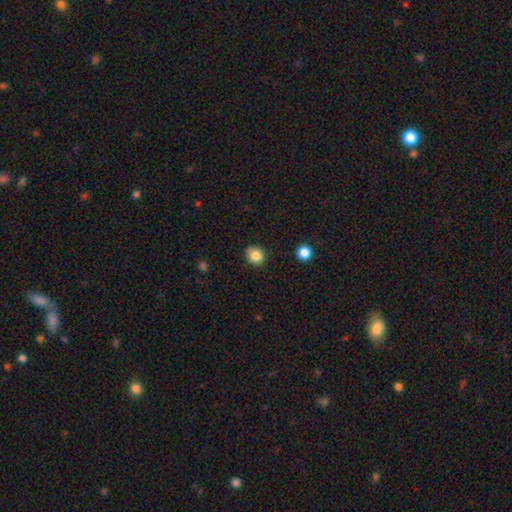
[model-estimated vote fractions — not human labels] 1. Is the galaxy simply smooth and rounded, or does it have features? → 84% smooth, 10% star or artifact, 6% featured or disk.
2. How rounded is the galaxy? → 77% round, 22% in between, 1% cigar-shaped.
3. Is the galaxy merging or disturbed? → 83% none, 12% minor disturbance, 2% major disturbance, 2% merger.